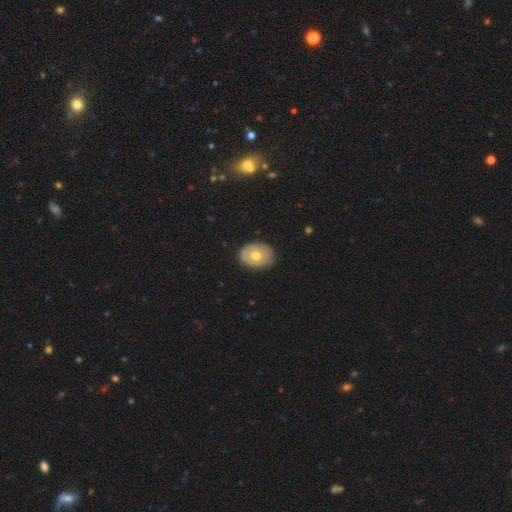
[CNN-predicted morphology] smooth 52%, featured or disk 41%, star or artifact 7%. Down the decision tree: how rounded — in between (62%); merging — none (78%).